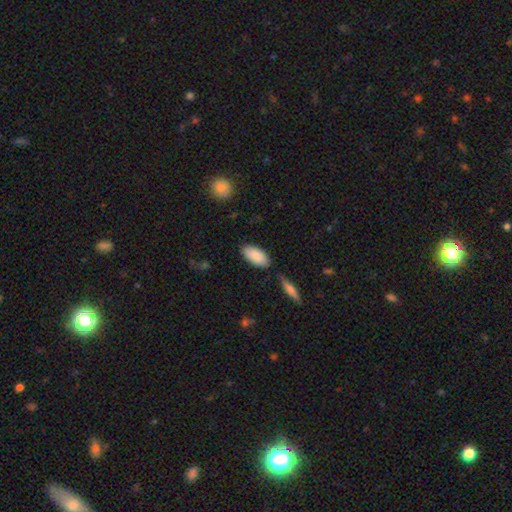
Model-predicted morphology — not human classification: The model was most divided on "merging": none: 78%, minor disturbance: 13%, merger: 5%, major disturbance: 3%. More confident: how rounded — in between (92%); smooth or featured — smooth (87%).